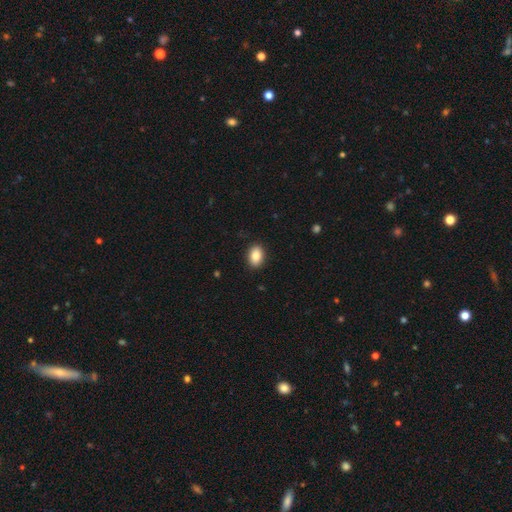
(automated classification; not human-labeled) This appears to be a smooth galaxy with no disk features (87%) that is in between round and cigar-shaped (84%). Merging: none (90%).